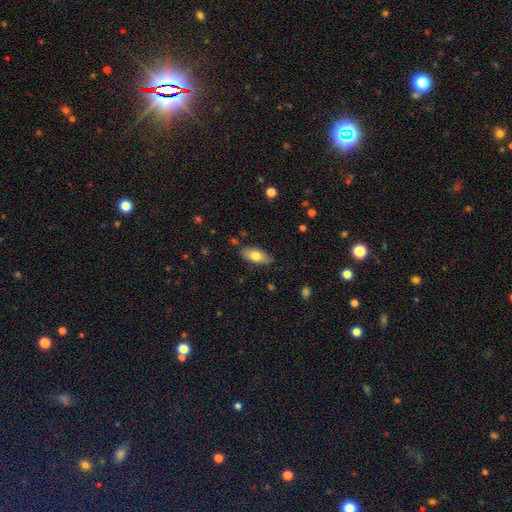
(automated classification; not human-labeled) smooth_or_featured: smooth (p=0.74) [alt: featured or disk p=0.20]
how_rounded: in between (p=0.86) [alt: cigar-shaped p=0.12]
merging: none (p=0.83) [alt: minor disturbance p=0.13]